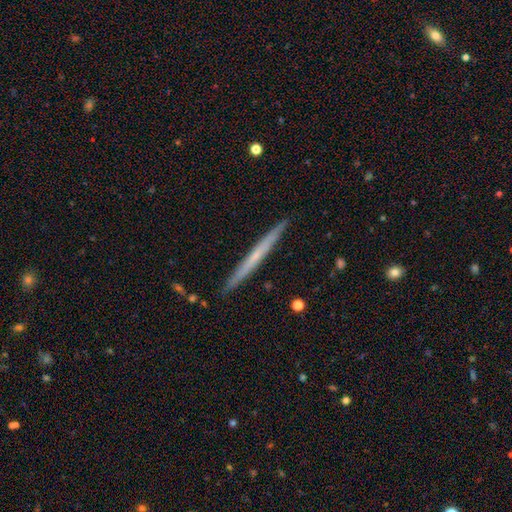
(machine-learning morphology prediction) type=featured or disk (52%); edge-on=yes (97%); edge-on bulge=none (80%); merging=none (91%).